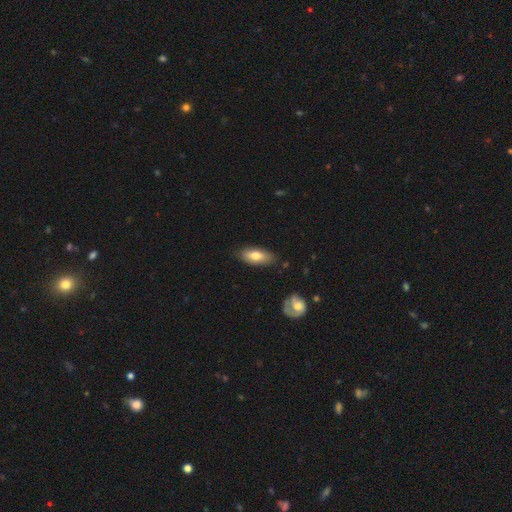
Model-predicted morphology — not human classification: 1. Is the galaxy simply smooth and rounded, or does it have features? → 71% smooth, 23% featured or disk, 6% star or artifact.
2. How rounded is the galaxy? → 80% in between, 18% cigar-shaped, 3% round.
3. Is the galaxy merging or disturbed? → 80% none, 15% minor disturbance, 2% major disturbance, 2% merger.